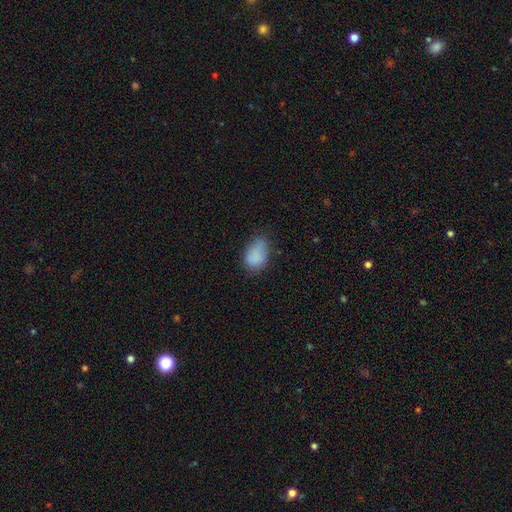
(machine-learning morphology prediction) Smooth or featured: smooth — 83% (star or artifact — 9%)
How rounded: in between — 85% (round — 13%)
Merging: none — 53% (minor disturbance — 34%)